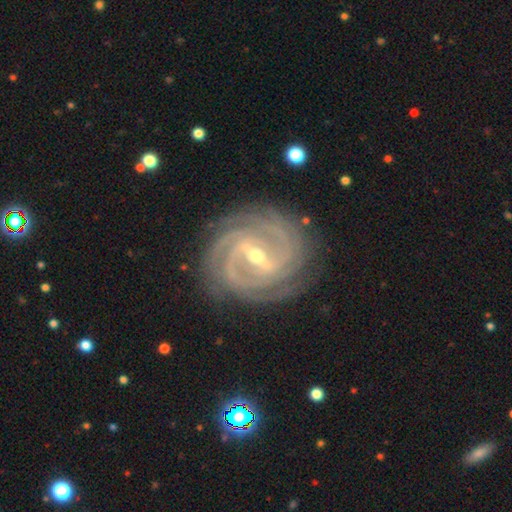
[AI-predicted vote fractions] Smooth or featured? featured or disk (92%)
Edge-on disk? no (97%)
Bar? strong (61%)
Spiral arms? yes (99%)
Spiral winding? tight (75%)
Spiral arm count? 4 (26%)
Bulge size? small (55%)
Merging? none (83%)